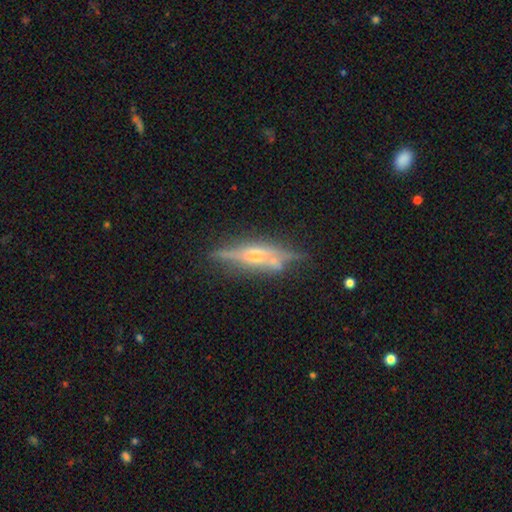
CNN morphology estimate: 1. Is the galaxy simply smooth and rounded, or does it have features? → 74% featured or disk, 19% smooth, 7% star or artifact.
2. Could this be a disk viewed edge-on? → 90% yes, 10% no.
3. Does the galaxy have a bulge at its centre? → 85% rounded, 8% boxy, 8% none.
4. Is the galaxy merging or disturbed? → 71% none, 18% minor disturbance, 5% merger, 5% major disturbance.